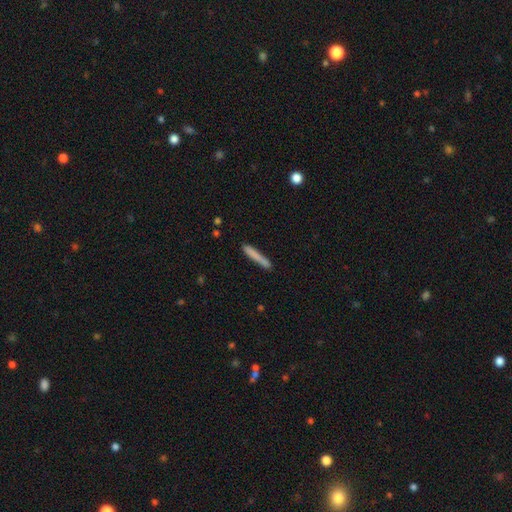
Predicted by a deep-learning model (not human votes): smooth-or-featured: smooth: 79% | featured or disk: 15% | star or artifact: 6%
  how-rounded: cigar-shaped: 96% | in between: 3% | round: 1%
  merging: none: 86% | minor disturbance: 10% | major disturbance: 2% | merger: 2%